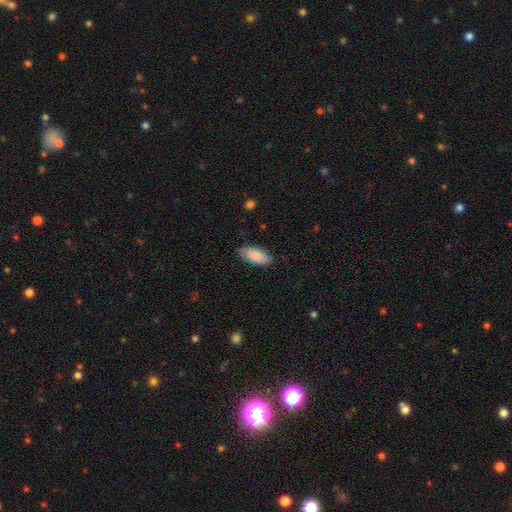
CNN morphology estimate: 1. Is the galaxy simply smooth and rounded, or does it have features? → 86% smooth, 8% featured or disk, 6% star or artifact.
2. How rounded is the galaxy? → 90% in between, 8% cigar-shaped, 2% round.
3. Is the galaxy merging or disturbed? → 84% none, 13% minor disturbance, 2% major disturbance, 1% merger.